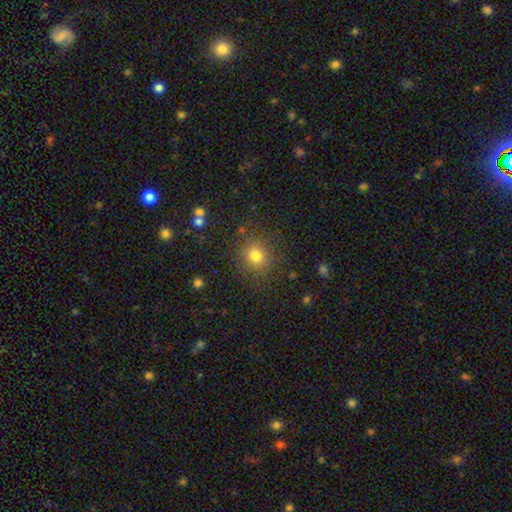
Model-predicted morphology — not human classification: smooth_or_featured: smooth (p=0.79) [alt: star or artifact p=0.14]
how_rounded: round (p=0.87) [alt: in between p=0.12]
merging: none (p=0.86) [alt: minor disturbance p=0.09]